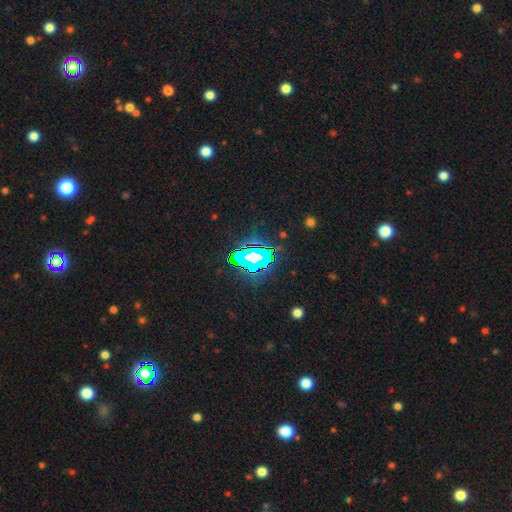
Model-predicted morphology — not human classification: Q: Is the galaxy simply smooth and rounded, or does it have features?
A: star or artifact — 81%.